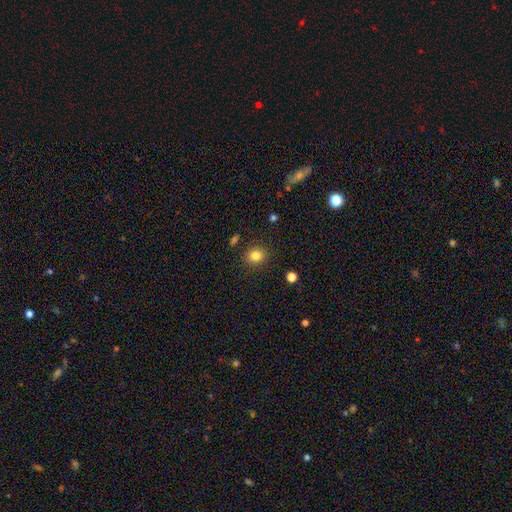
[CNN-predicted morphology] This is clearly a smooth galaxy (82%). How rounded: likely round (69%). Merging: clearly none (87%).